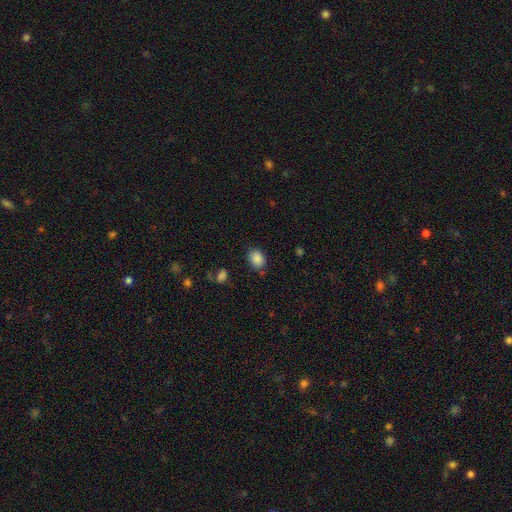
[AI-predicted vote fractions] Morphology: type=smooth (86%); roundness=in between (62%); merging=none (80%).